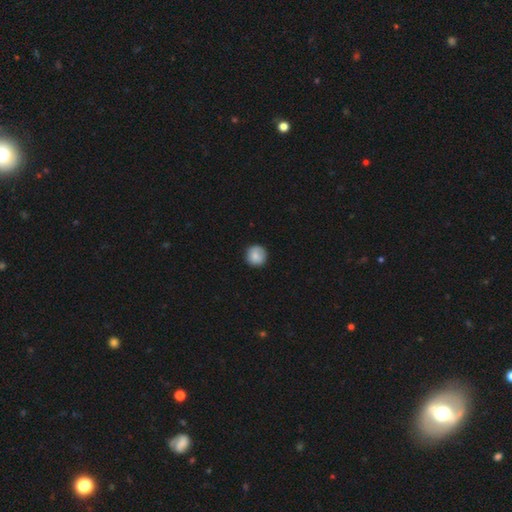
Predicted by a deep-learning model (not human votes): smooth 82%, featured or disk 11%, star or artifact 7%. Down the decision tree: how rounded — round (95%); merging — none (86%).